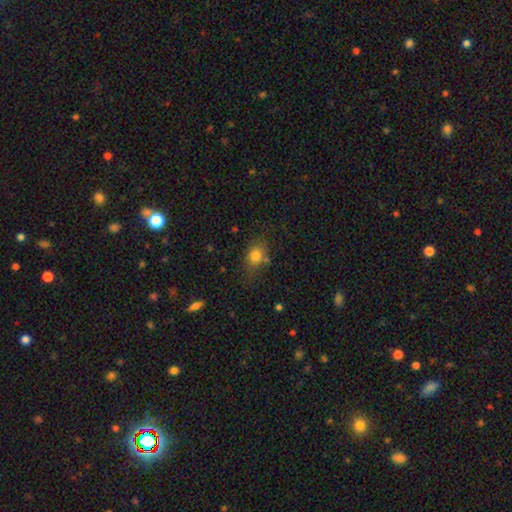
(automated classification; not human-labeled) The model was most divided on "how rounded": in between: 56%, round: 42%, cigar-shaped: 2%. More confident: smooth or featured — smooth (78%); merging — none (66%).